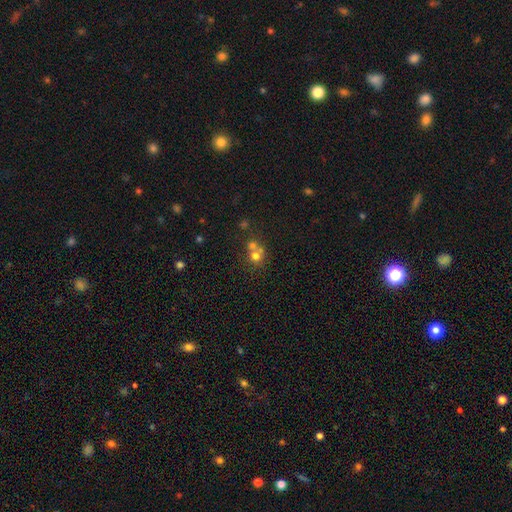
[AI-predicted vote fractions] Q: Smooth or featured?
A: smooth (67%); runner-up: featured or disk (18%)
Q: How rounded?
A: round (82%); runner-up: in between (17%)
Q: Merging?
A: merger (53%); runner-up: none (37%)